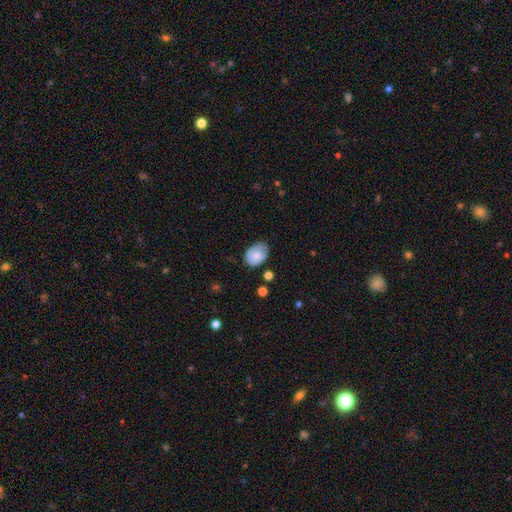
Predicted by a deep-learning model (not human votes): The model was most divided on "merging": none: 60%, minor disturbance: 31%, major disturbance: 6%, merger: 2%. More confident: smooth or featured — smooth (79%); how rounded — in between (77%).